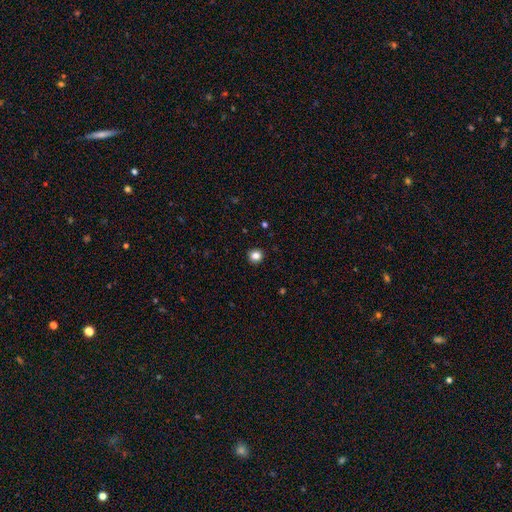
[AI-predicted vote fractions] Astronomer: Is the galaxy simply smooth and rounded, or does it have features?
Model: smooth — 83%.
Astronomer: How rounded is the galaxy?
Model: round — 93%.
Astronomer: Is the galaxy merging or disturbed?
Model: none — 93%.